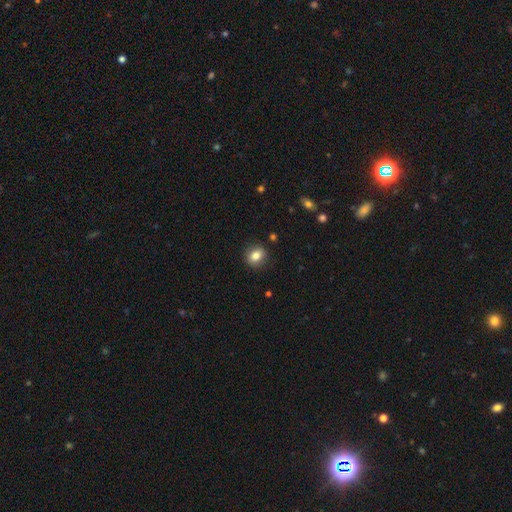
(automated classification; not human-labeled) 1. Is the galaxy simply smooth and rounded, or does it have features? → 82% smooth, 9% star or artifact, 8% featured or disk.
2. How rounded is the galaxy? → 55% round, 44% in between, 1% cigar-shaped.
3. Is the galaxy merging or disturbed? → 87% none, 9% minor disturbance, 2% major disturbance, 1% merger.